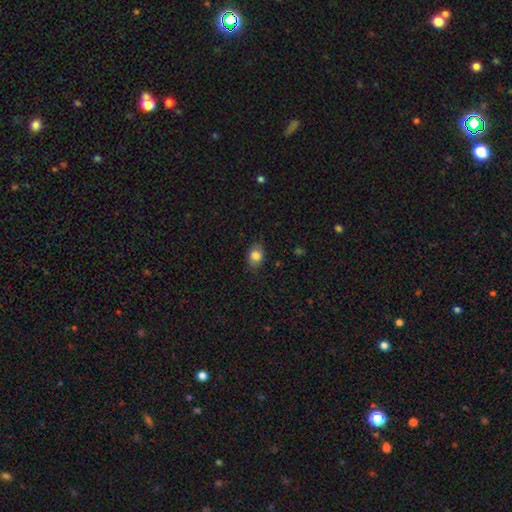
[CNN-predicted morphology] Smooth or featured: smooth — 84% (star or artifact — 9%)
How rounded: in between — 60% (round — 39%)
Merging: none — 82% (minor disturbance — 14%)